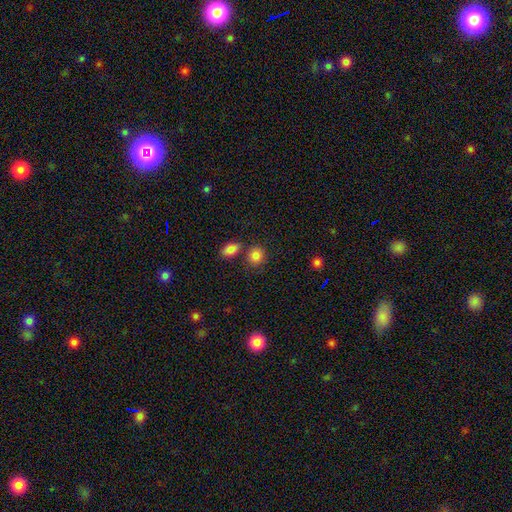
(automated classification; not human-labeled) Smooth or featured? smooth (84%)
How rounded? round (73%)
Merging? none (69%)